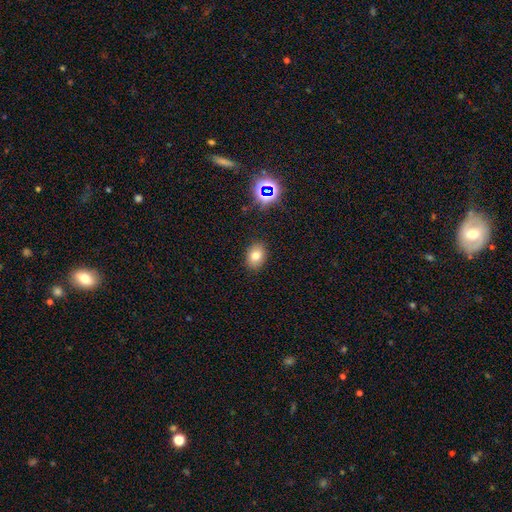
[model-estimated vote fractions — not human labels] A smooth galaxy with no disk features (76%) that is in between round and cigar-shaped (67%).

Vote fractions:
- Smooth or featured? smooth: 76% / star or artifact: 14% / featured or disk: 9%
- How rounded? in between: 67% / round: 32% / cigar-shaped: 1%
- Merging? none: 87% / minor disturbance: 9% / major disturbance: 2% / merger: 1%